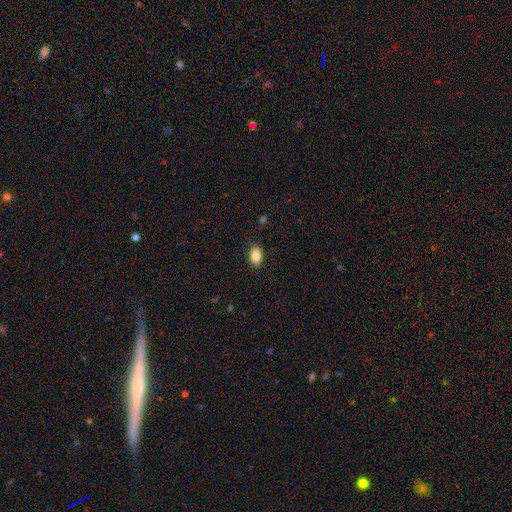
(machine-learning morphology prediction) Q: Smooth or featured?
A: smooth (86%); runner-up: star or artifact (8%)
Q: How rounded?
A: in between (87%); runner-up: round (11%)
Q: Merging?
A: none (87%); runner-up: minor disturbance (10%)